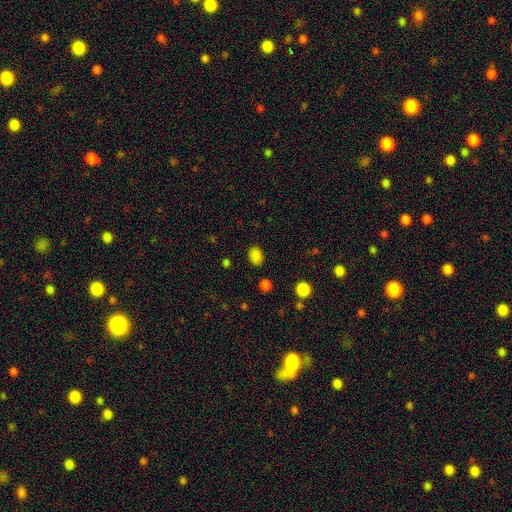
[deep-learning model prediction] Smooth or featured? smooth (84%)
How rounded? in between (70%)
Merging? none (86%)